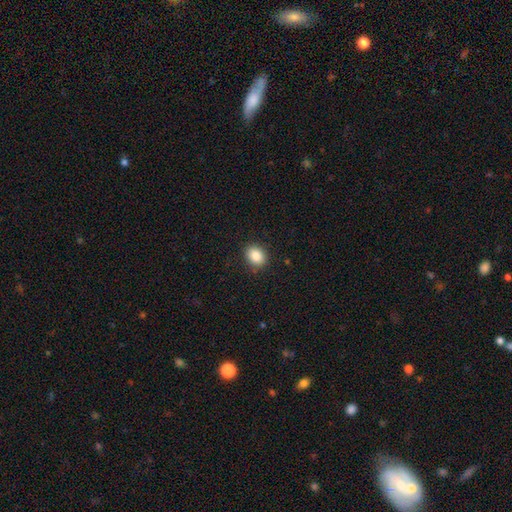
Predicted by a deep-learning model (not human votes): Smooth or featured: smooth — 86% (star or artifact — 9%)
How rounded: in between — 52% (round — 47%)
Merging: none — 88% (minor disturbance — 8%)